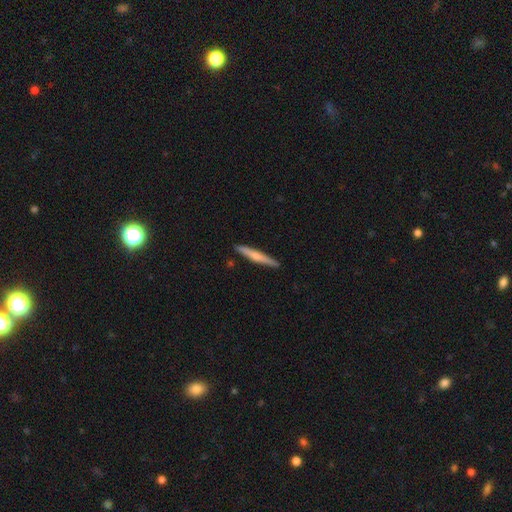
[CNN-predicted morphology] Smooth or featured: smooth — 53% (featured or disk — 42%)
How rounded: cigar-shaped — 95% (in between — 3%)
Merging: none — 90% (minor disturbance — 7%)